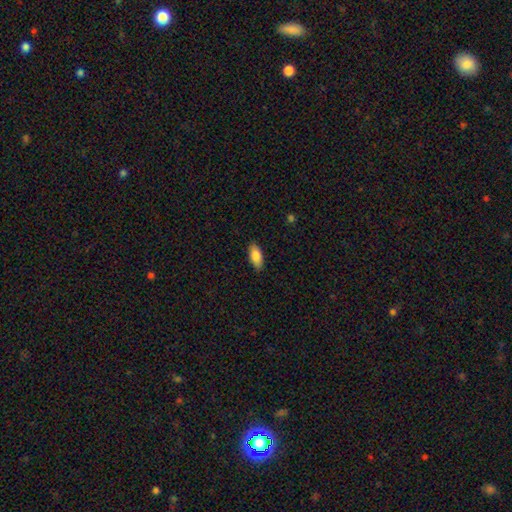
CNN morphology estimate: A smooth galaxy with no disk features (85%) that is in between round and cigar-shaped (88%). Merging: none (88%).